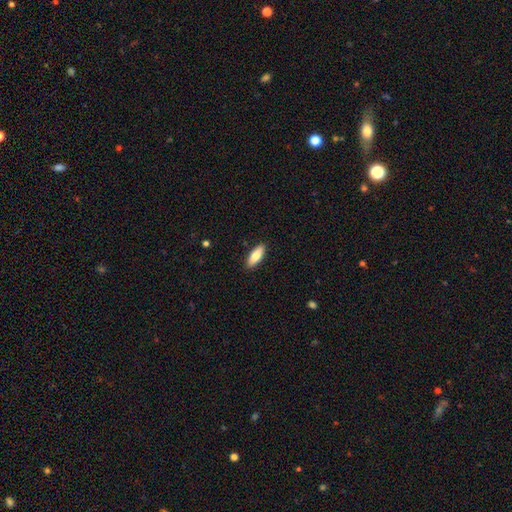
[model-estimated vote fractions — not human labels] Overall: smooth (79%). How rounded: in between (67%; cigar-shaped 31%). Merging: none (90%).